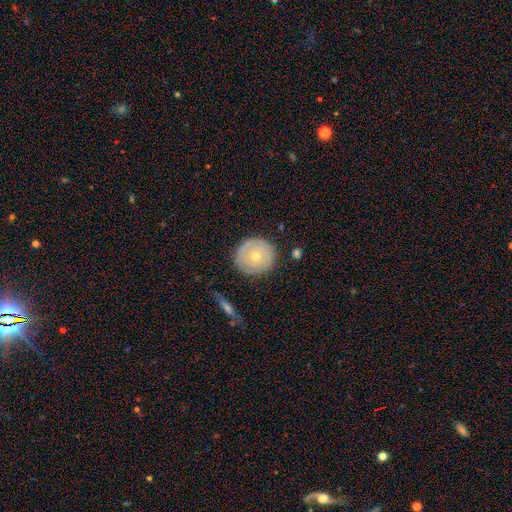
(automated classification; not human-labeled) A featured or disk galaxy (48%).

Vote fractions:
- Smooth or featured? featured or disk: 48% / smooth: 46% / star or artifact: 7%
- Merging? none: 82% / minor disturbance: 12% / major disturbance: 3% / merger: 2%